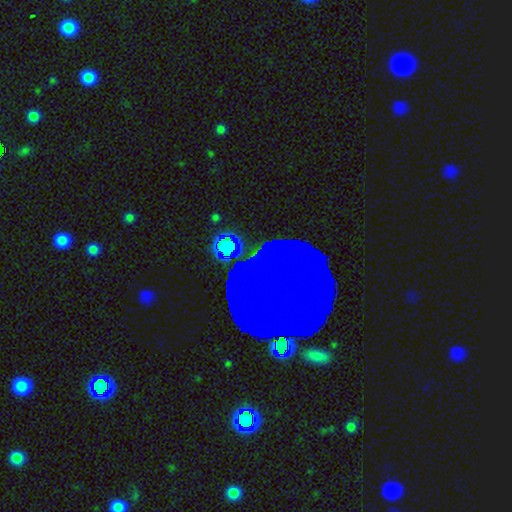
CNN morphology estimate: Smooth or featured? star or artifact (71%)